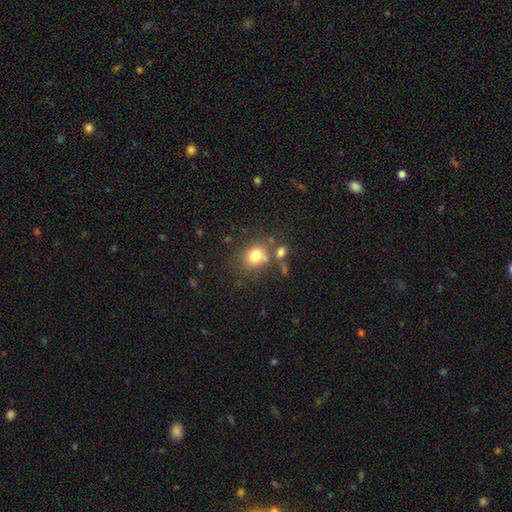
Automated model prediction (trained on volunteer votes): smooth 78%, star or artifact 12%, featured or disk 10%. Down the decision tree: how rounded — round (65%); merging — none (62%).